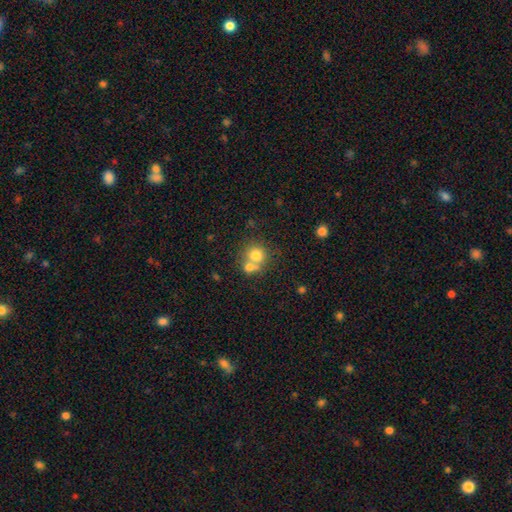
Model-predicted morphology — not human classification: Smooth or featured?
  - smooth: 74% *
  - featured or disk: 15%
  - star or artifact: 11%
How rounded?
  - round: 83% *
  - in between: 16%
  - cigar-shaped: 1%
Merging?
  - merger: 51% *
  - none: 38%
  - minor disturbance: 7%
  - major disturbance: 4%